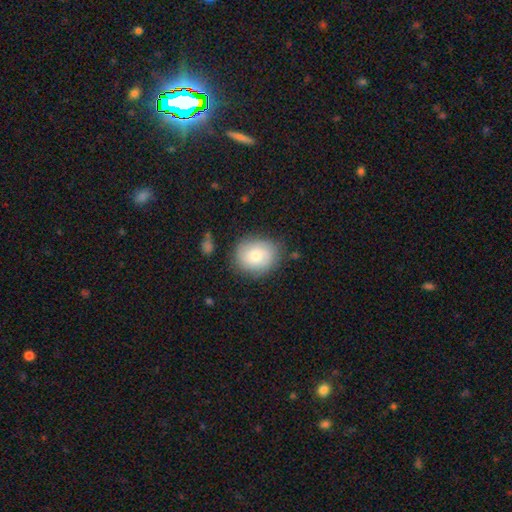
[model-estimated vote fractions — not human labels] smooth 65%, featured or disk 27%, star or artifact 8%. Down the decision tree: how rounded — round (68%); merging — none (79%).